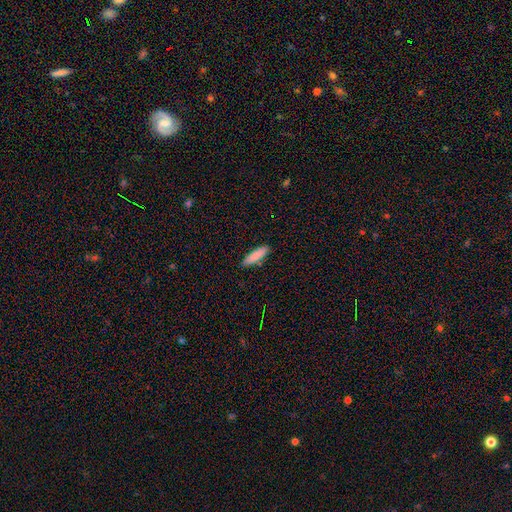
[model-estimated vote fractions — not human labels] Smooth or featured? Predicted: smooth (p=0.85). How rounded? Predicted: cigar-shaped (p=0.74). Merging? Predicted: none (p=0.86).